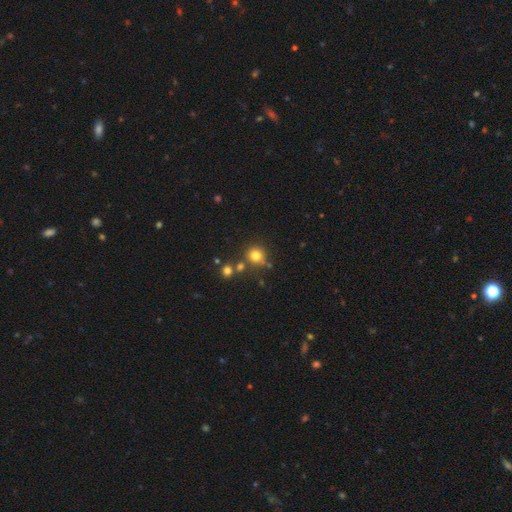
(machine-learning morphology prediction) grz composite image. It shows a smooth galaxy with no disk features (78%) that is round (91%). Merging: none (70%).